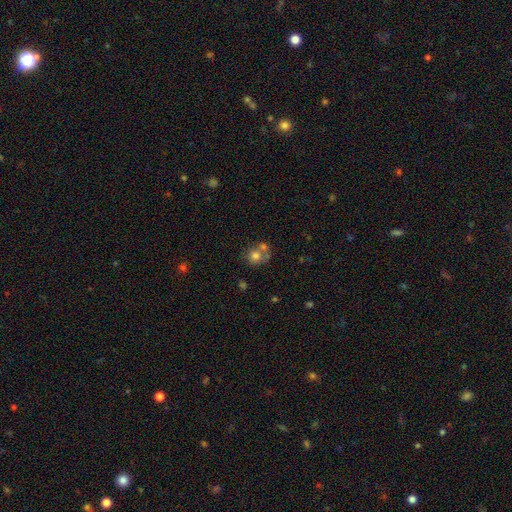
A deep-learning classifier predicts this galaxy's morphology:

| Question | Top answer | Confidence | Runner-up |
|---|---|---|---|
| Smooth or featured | smooth | 71% | featured or disk (18%) |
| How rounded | round | 79% | in between (21%) |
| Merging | merger | 43% | none (40%) |